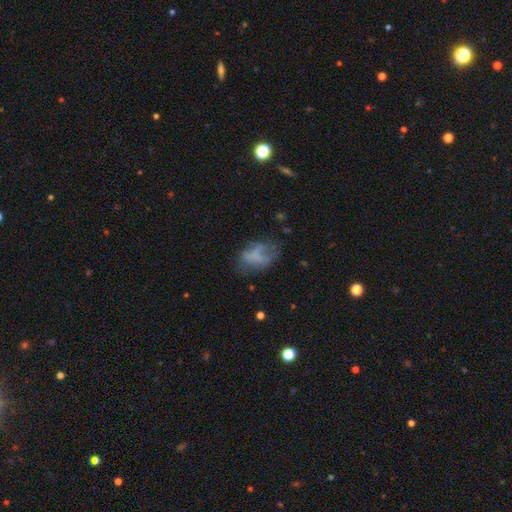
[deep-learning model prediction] Smooth or featured: smooth — 55% (featured or disk — 32%)
How rounded: in between — 83% (round — 14%)
Merging: none — 40% (major disturbance — 28%)